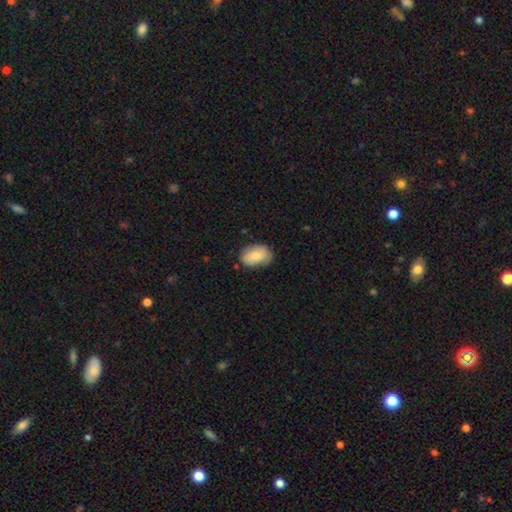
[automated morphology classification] smooth-or-featured: smooth: 80% | featured or disk: 14% | star or artifact: 7%
  how-rounded: in between: 86% | round: 13% | cigar-shaped: 1%
  merging: none: 74% | minor disturbance: 21% | major disturbance: 4% | merger: 1%